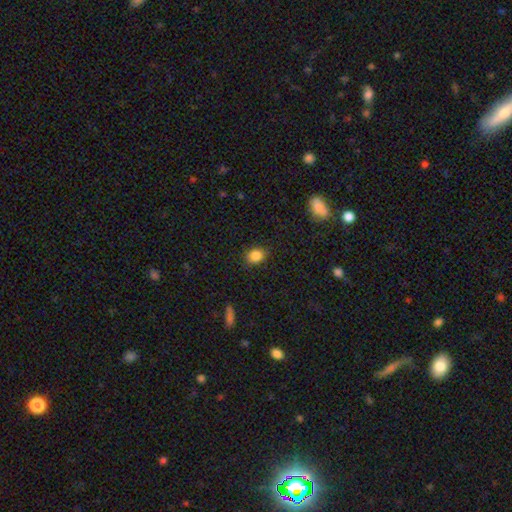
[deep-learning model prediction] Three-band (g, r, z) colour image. It shows a smooth galaxy with no disk features (85%) that is in between round and cigar-shaped (54%). Merging: none (87%).